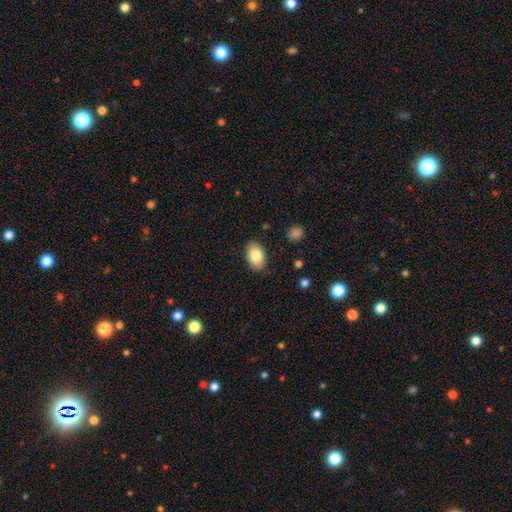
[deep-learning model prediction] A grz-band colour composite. It shows a smooth galaxy with no disk features (84%) that is in between round and cigar-shaped (89%). Merging: none (87%).